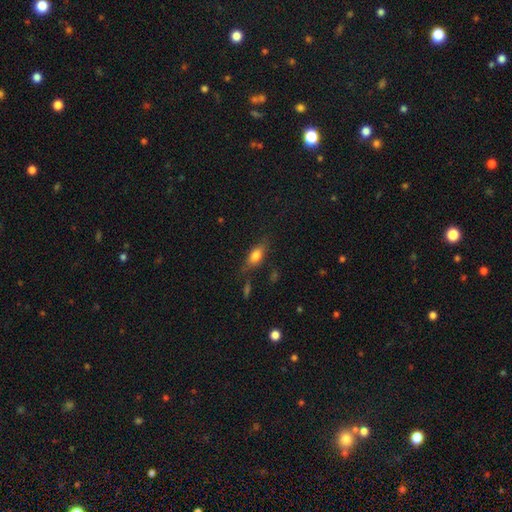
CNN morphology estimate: Smooth or featured? Predicted: smooth (p=0.71). How rounded? Predicted: in between (p=0.74). Merging? Predicted: none (p=0.70).